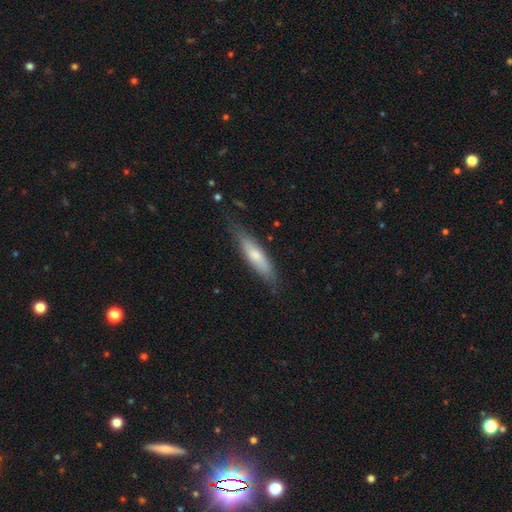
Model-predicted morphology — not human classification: This is likely a smooth galaxy (63%). How rounded: likely cigar-shaped (74%). Merging: likely none (73%).